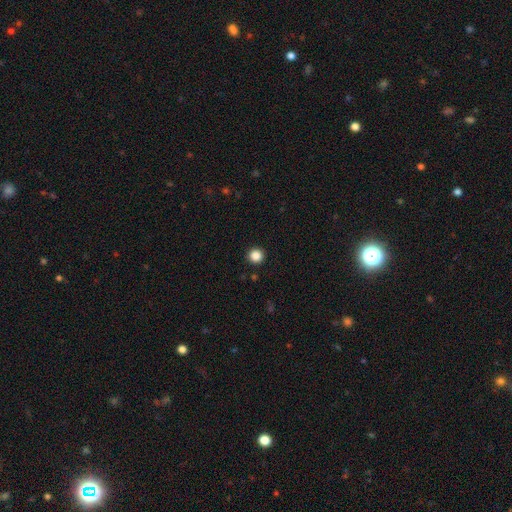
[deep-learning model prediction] This appears to be a smooth galaxy with no disk features (86%) that is round (95%). Merging: none (93%).